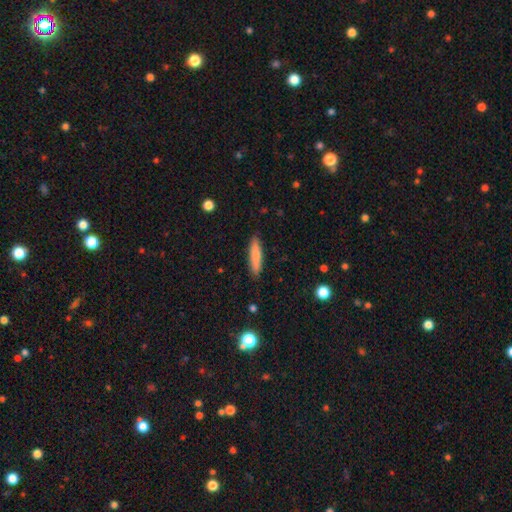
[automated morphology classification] Overall: smooth (79%). How rounded: cigar-shaped (80%). Merging: none (89%).